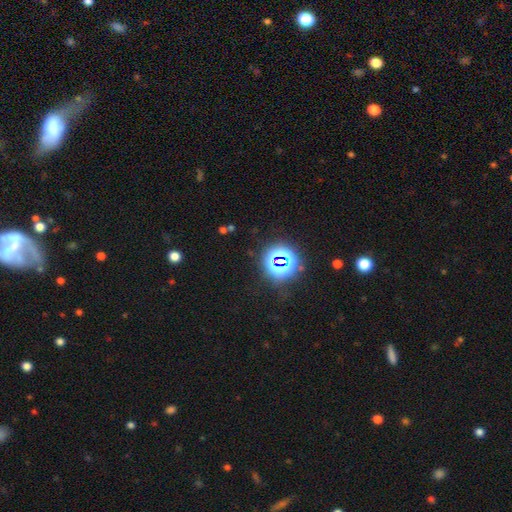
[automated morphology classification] Smooth or featured? star or artifact (79%)